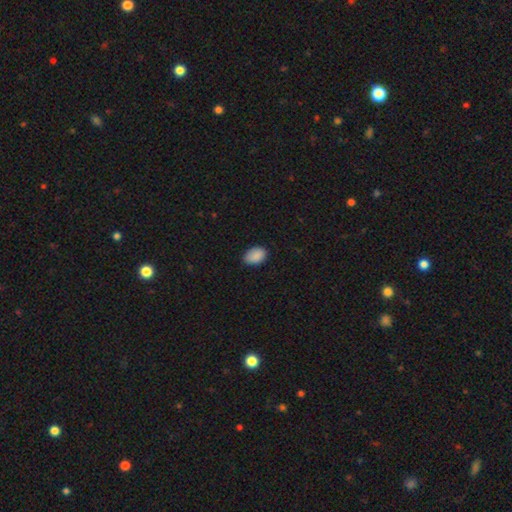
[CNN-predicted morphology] smooth-or-featured: smooth: 89% | star or artifact: 8% | featured or disk: 3%
  how-rounded: in between: 85% | round: 14% | cigar-shaped: 1%
  merging: none: 81% | minor disturbance: 16% | major disturbance: 3% | merger: 1%